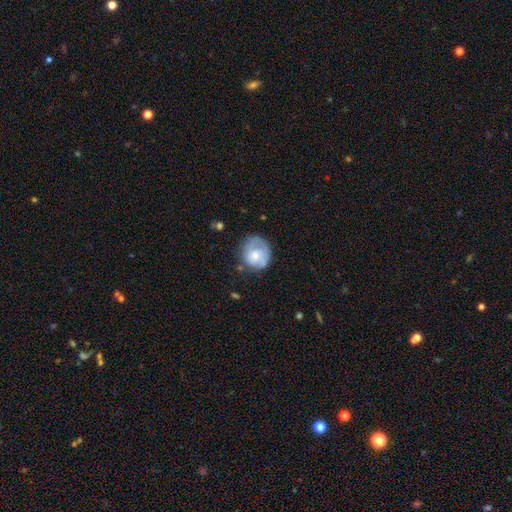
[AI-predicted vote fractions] A smooth galaxy with no disk features (58%) that is round (74%). Merging: none (51%).